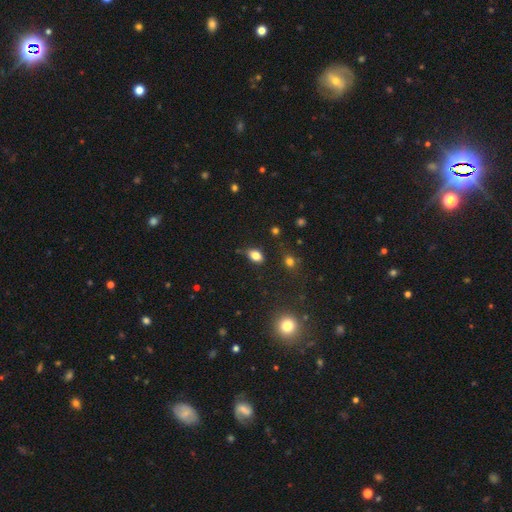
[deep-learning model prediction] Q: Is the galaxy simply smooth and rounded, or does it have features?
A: smooth — 81%.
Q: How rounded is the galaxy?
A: in between — 81%.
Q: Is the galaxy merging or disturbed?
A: none — 76%.